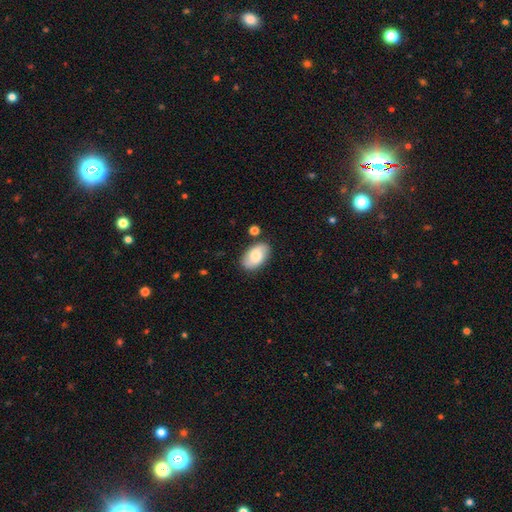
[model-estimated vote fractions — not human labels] Overall: smooth (65%; featured or disk 28%). How rounded: in between (93%). Merging: none (80%).